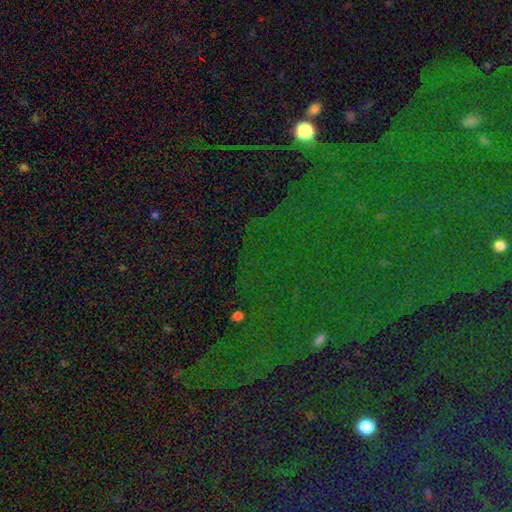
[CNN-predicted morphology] type=star or artifact (82%).